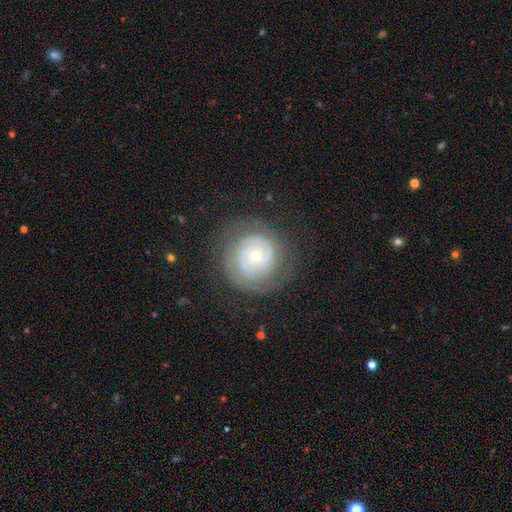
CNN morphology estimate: This appears to be a featured or disk galaxy (77%) with no bar (79%), 2 (45%) tight (73%) spiral arms (92%) and a small central bulge (74%). Merging: none (77%).